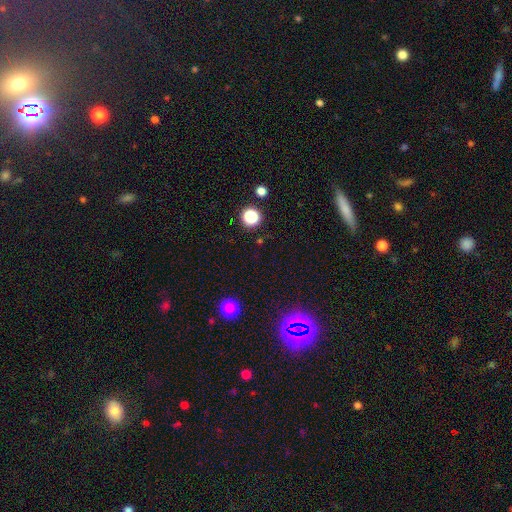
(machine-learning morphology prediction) Smooth or featured? star or artifact (53%)